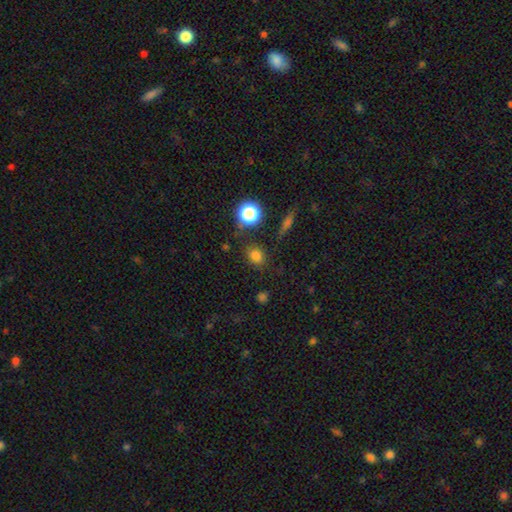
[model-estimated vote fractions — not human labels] Smooth or featured: smooth — 76% (star or artifact — 18%)
How rounded: round — 62% (in between — 36%)
Merging: none — 78% (minor disturbance — 13%)